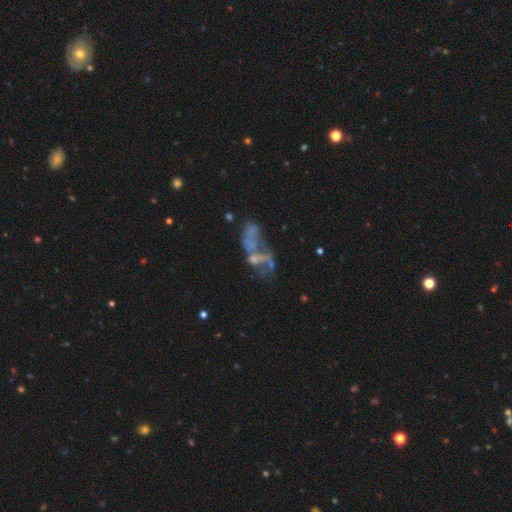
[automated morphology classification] type=featured or disk (57%); edge-on=no (95%); bar=no (87%); spiral arms=no (89%); bulge=none (71%); merging=merger (34%).